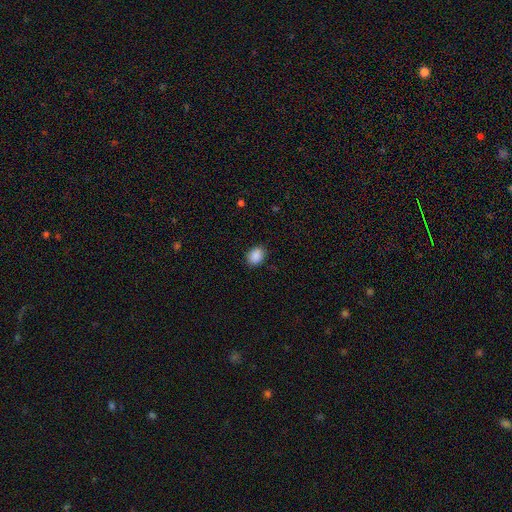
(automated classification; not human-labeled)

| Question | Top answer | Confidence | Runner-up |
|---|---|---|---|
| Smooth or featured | smooth | 88% | star or artifact (8%) |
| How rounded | in between | 63% | round (36%) |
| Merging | none | 86% | minor disturbance (11%) |